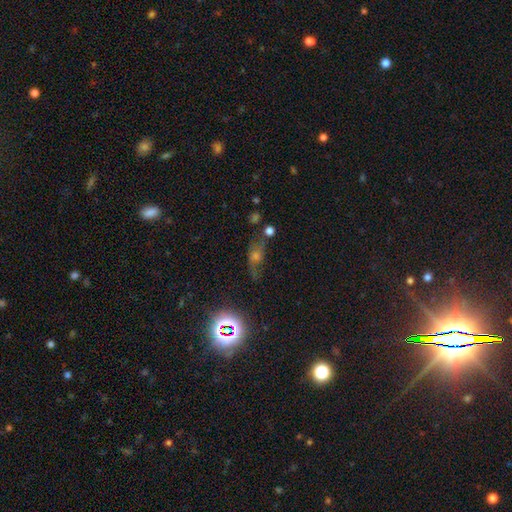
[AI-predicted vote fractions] Overall: star or artifact (37%; featured or disk 33%).